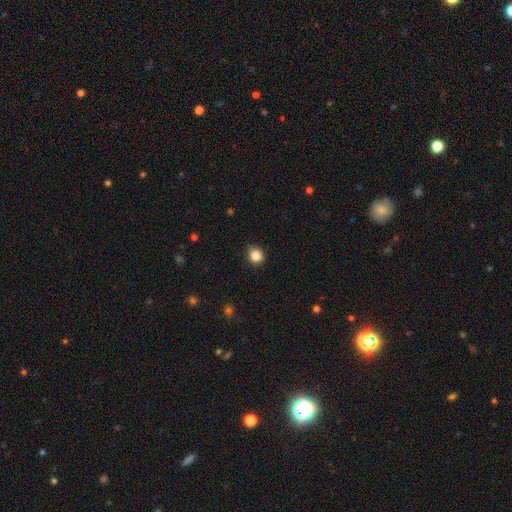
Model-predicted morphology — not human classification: smooth_or_featured: smooth (p=0.86) [alt: star or artifact p=0.11]
how_rounded: round (p=0.88) [alt: in between p=0.11]
merging: none (p=0.87) [alt: minor disturbance p=0.10]